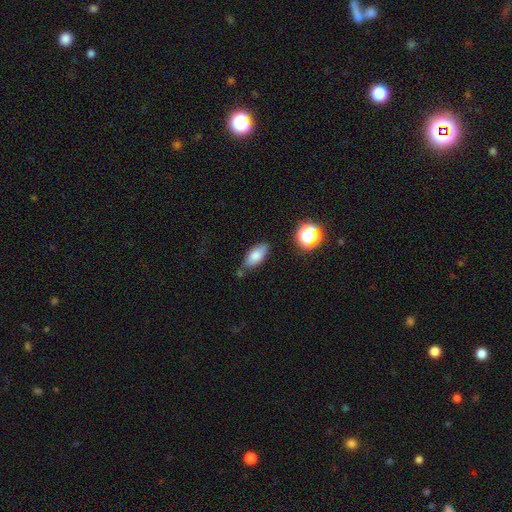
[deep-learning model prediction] Morphology: type=smooth (80%); roundness=in between (86%); merging=none (71%).